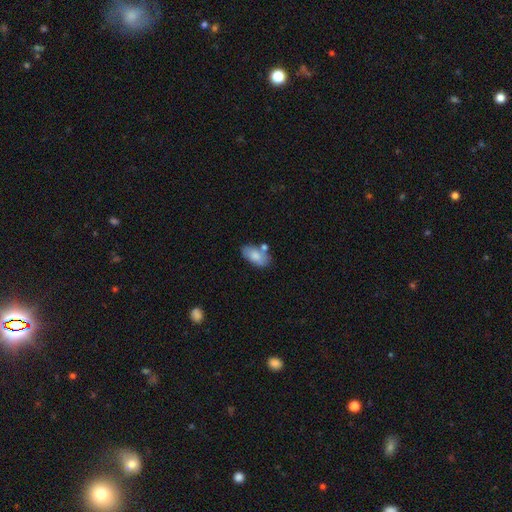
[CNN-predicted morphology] Smooth or featured? smooth (79%)
How rounded? in between (93%)
Merging? none (63%)